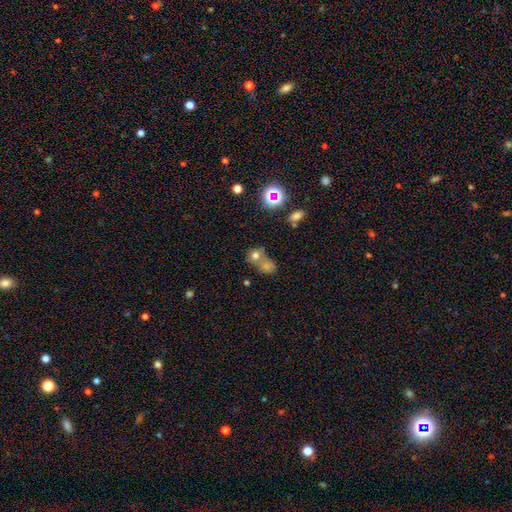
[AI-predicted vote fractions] Smooth or featured? Predicted: smooth (p=0.68). How rounded? Predicted: round (p=0.69). Merging? Predicted: merger (p=0.49).